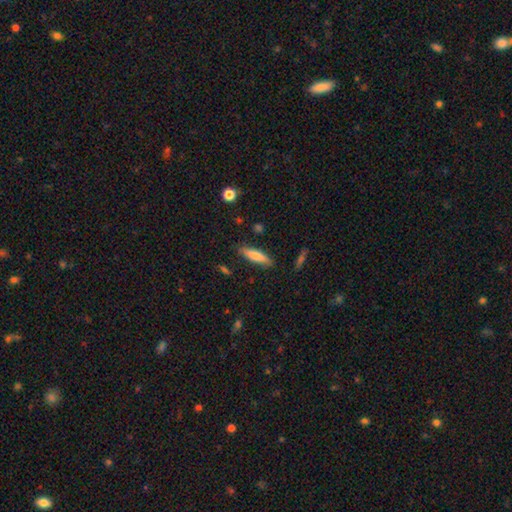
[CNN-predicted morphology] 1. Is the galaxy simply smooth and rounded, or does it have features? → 75% smooth, 19% featured or disk, 6% star or artifact.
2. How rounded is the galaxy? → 73% cigar-shaped, 26% in between, 2% round.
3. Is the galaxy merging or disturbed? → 83% none, 12% minor disturbance, 2% major disturbance, 2% merger.